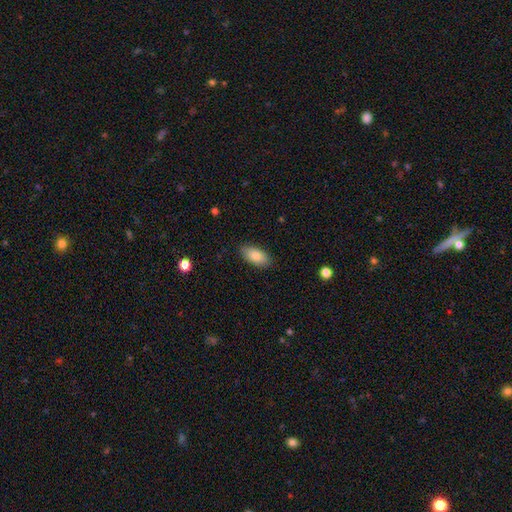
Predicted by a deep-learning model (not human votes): smooth 81%, featured or disk 12%, star or artifact 7%. Down the decision tree: how rounded — in between (92%); merging — none (86%).